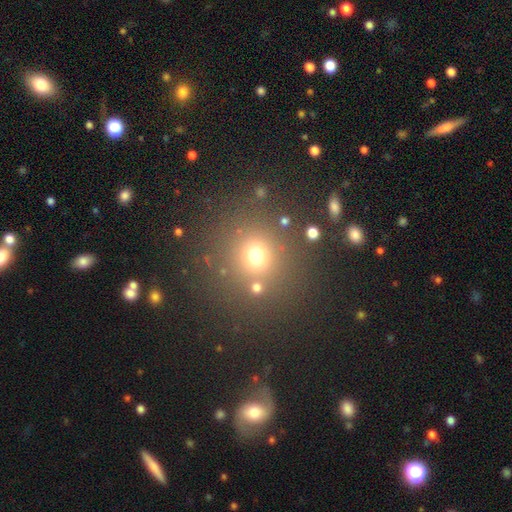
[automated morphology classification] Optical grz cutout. It shows a smooth galaxy with no disk features (69%) that is round (89%). Merging: none (78%).